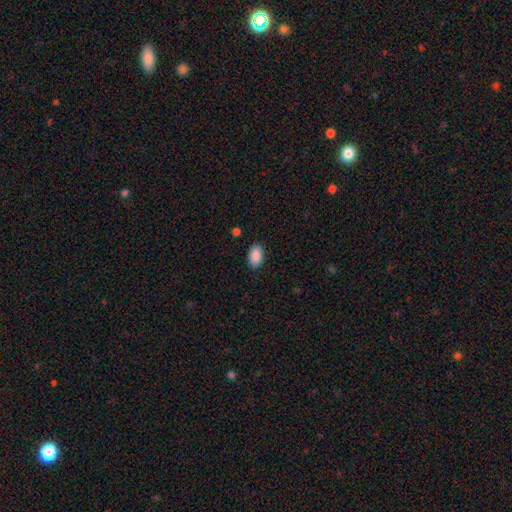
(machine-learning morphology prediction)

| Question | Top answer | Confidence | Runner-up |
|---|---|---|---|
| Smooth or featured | smooth | 90% | star or artifact (7%) |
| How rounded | in between | 92% | round (6%) |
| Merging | none | 87% | minor disturbance (9%) |